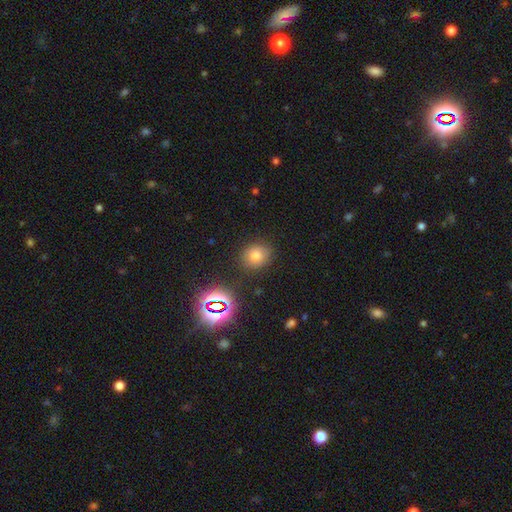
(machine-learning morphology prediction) A smooth galaxy with no disk features (72%) that is round (73%).

Vote fractions:
- Smooth or featured? smooth: 72% / star or artifact: 19% / featured or disk: 9%
- How rounded? round: 73% / in between: 26% / cigar-shaped: 1%
- Merging? none: 84% / minor disturbance: 10% / major disturbance: 3% / merger: 3%